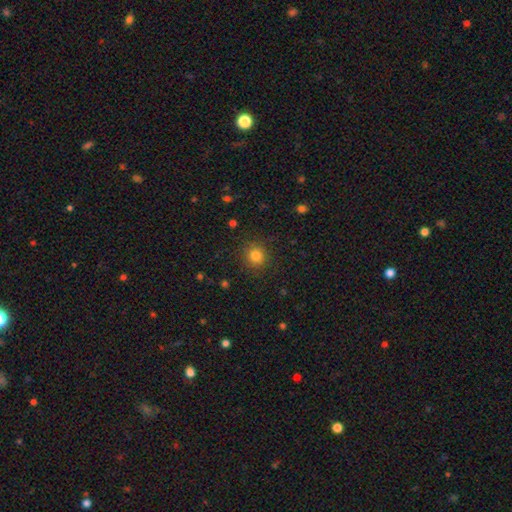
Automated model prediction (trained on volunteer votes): smooth_or_featured: smooth (p=0.82) [alt: star or artifact p=0.13]
how_rounded: round (p=0.89) [alt: in between p=0.10]
merging: none (p=0.89) [alt: minor disturbance p=0.07]